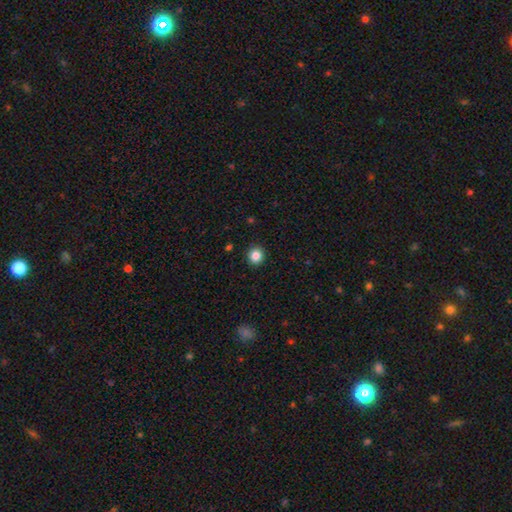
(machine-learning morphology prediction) A smooth galaxy with no disk features (85%) that is round (90%). Merging: none (92%).